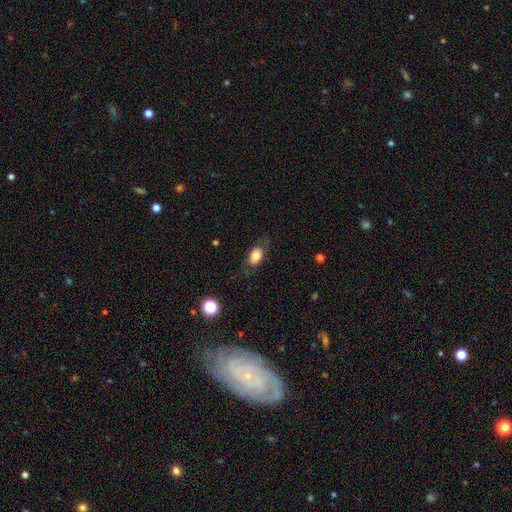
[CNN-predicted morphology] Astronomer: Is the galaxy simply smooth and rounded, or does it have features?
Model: smooth — 73%.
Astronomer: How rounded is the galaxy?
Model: in between — 84%.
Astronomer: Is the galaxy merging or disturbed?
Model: none — 73%.